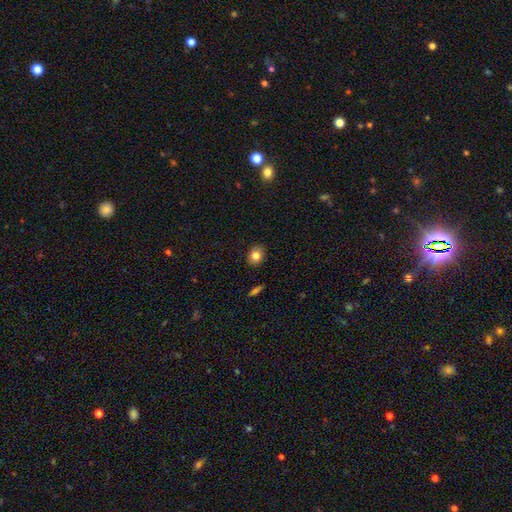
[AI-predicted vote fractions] Smooth or featured? smooth (81%)
How rounded? round (59%)
Merging? none (88%)